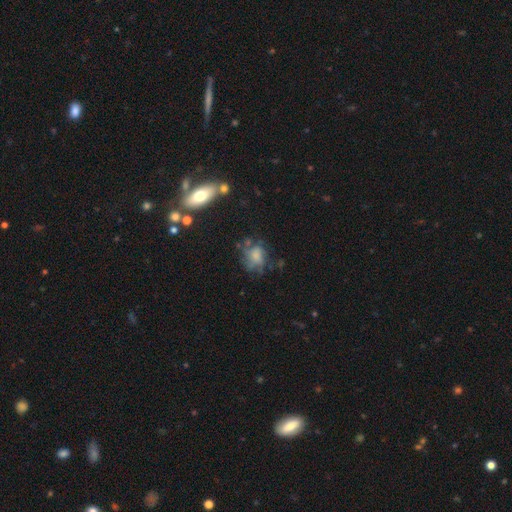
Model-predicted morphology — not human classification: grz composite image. It shows a smooth galaxy with no disk features (51%) that is in between round and cigar-shaped (53%). Merging: none (47%).